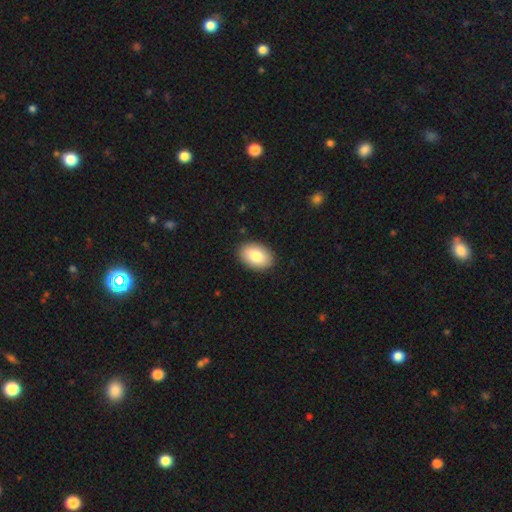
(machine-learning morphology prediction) This is clearly a smooth galaxy (83%). How rounded: clearly in between (89%). Merging: clearly none (90%).